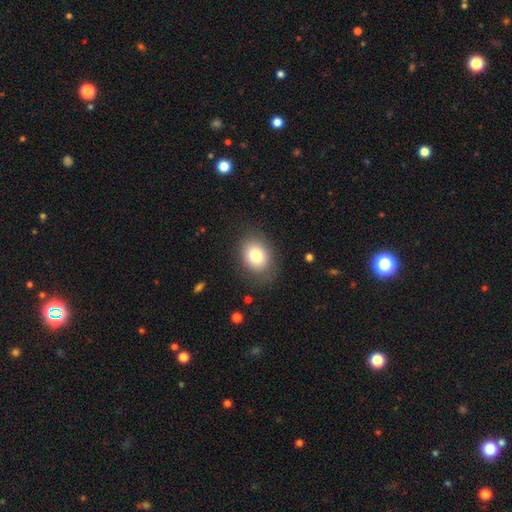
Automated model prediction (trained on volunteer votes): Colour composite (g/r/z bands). It shows a smooth galaxy with no disk features (81%) that is in between round and cigar-shaped (56%). Merging: none (79%).